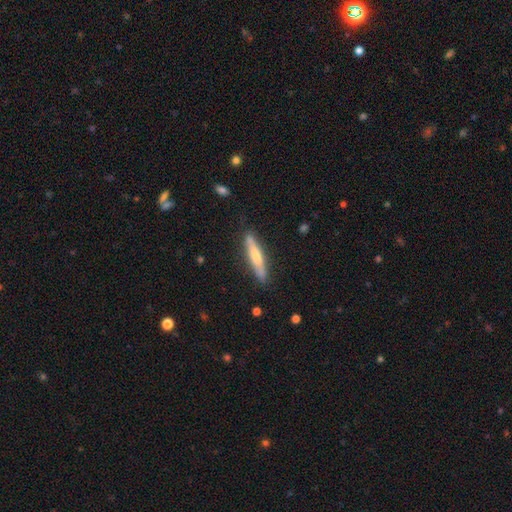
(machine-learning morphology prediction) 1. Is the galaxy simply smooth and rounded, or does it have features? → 52% smooth, 43% featured or disk, 6% star or artifact.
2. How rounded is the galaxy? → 89% cigar-shaped, 10% in between, 1% round.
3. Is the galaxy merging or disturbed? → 85% none, 11% minor disturbance, 2% major disturbance, 1% merger.